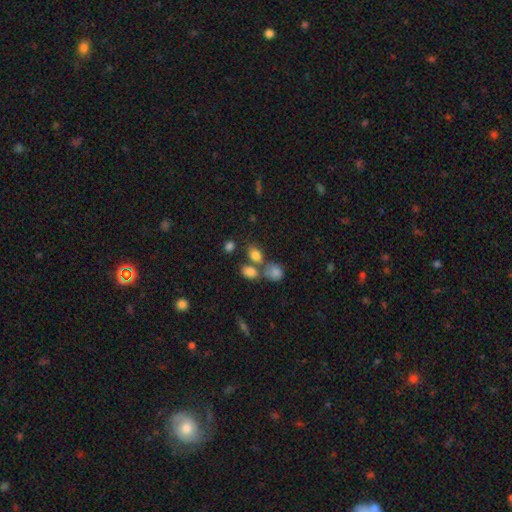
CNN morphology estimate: Smooth or featured?
  - smooth: 79% *
  - star or artifact: 12%
  - featured or disk: 10%
How rounded?
  - in between: 73% *
  - round: 25%
  - cigar-shaped: 2%
Merging?
  - none: 49% *
  - merger: 33%
  - minor disturbance: 12%
  - major disturbance: 5%